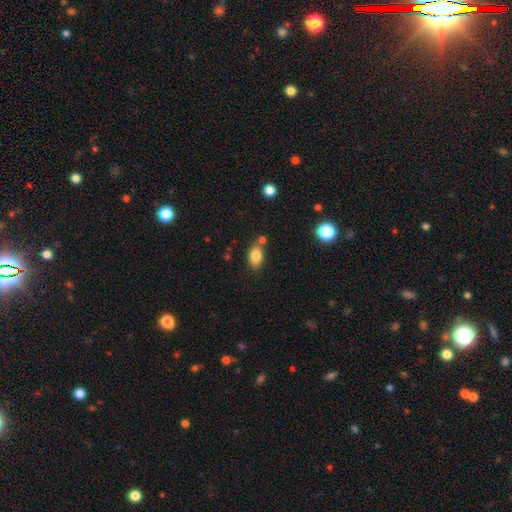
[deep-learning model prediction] Smooth or featured?
  - smooth: 84% *
  - star or artifact: 9%
  - featured or disk: 7%
How rounded?
  - in between: 87% *
  - round: 11%
  - cigar-shaped: 2%
Merging?
  - none: 70% *
  - minor disturbance: 13%
  - merger: 13%
  - major disturbance: 3%